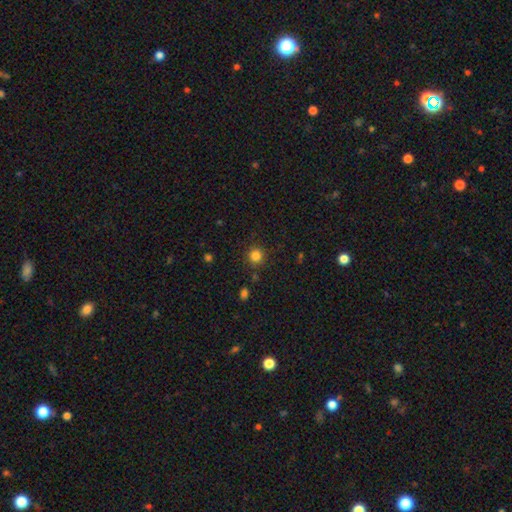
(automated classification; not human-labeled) Overall: smooth (82%). How rounded: round (93%). Merging: none (87%).